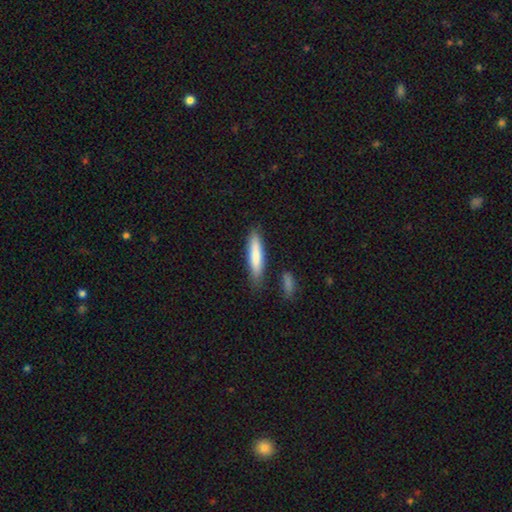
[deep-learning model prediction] A smooth galaxy with no disk features (79%) that is cigar-shaped (81%). Merging: none (80%).